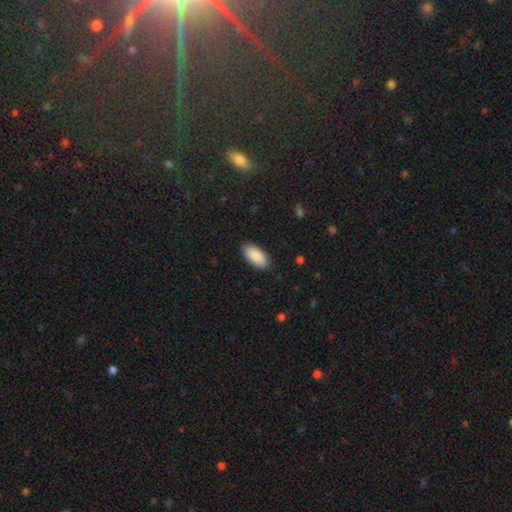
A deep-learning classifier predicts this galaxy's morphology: This appears to be a smooth galaxy with no disk features (90%) that is in between round and cigar-shaped (94%). Merging: none (87%).